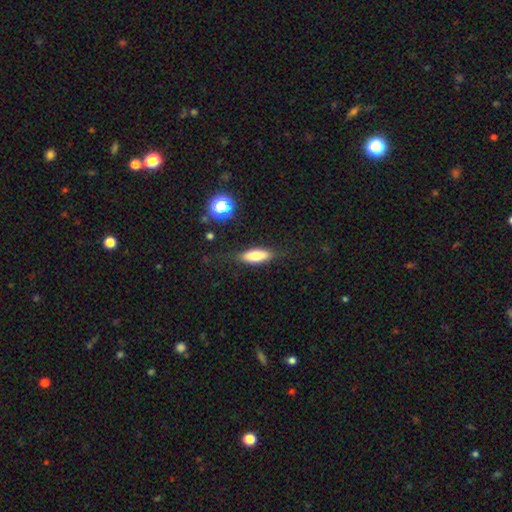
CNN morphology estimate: This is likely a smooth galaxy (75%). How rounded: possibly in between (59%). Merging: likely none (80%).